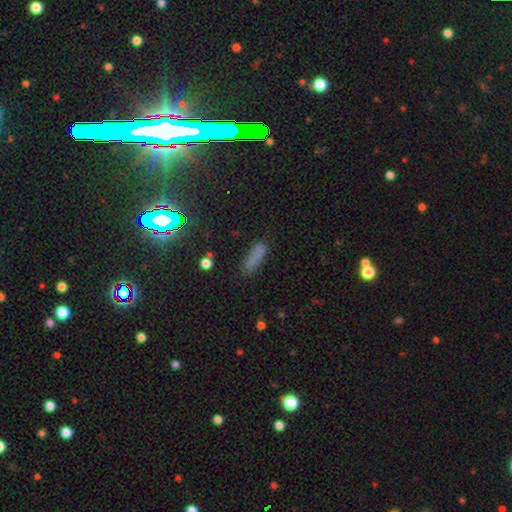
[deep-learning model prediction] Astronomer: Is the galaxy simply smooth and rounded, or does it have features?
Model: smooth — 73%.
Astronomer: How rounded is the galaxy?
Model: cigar-shaped — 59% (runner-up: in between, 38%).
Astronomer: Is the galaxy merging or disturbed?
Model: none — 75%.